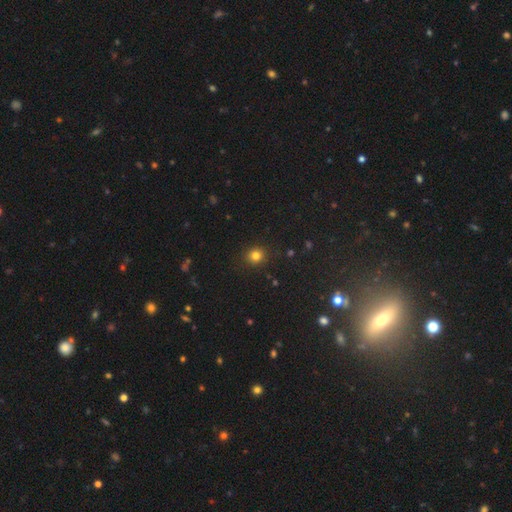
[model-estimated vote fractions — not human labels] This is clearly a smooth galaxy (80%). How rounded: clearly round (86%). Merging: clearly none (90%).